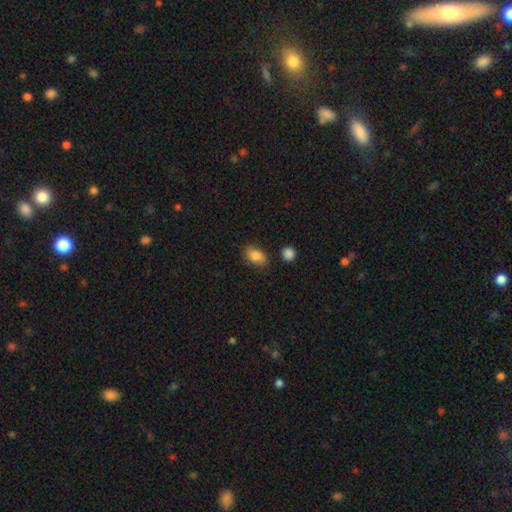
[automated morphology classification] smooth 84%, star or artifact 8%, featured or disk 8%. Down the decision tree: how rounded — in between (86%); merging — none (78%).